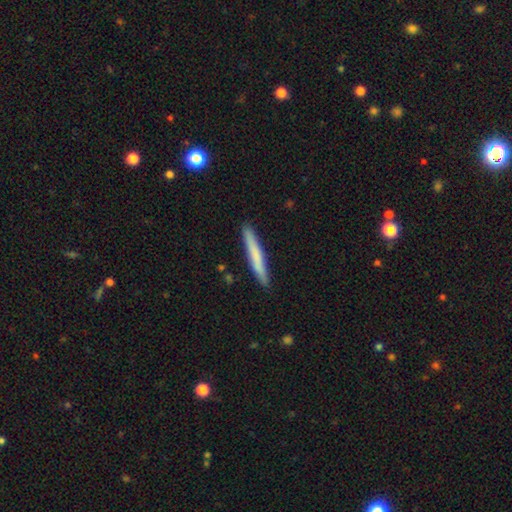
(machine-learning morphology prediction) The model was most divided on "smooth or featured": smooth: 69%, featured or disk: 26%, star or artifact: 5%. More confident: how rounded — cigar-shaped (96%); merging — none (90%).